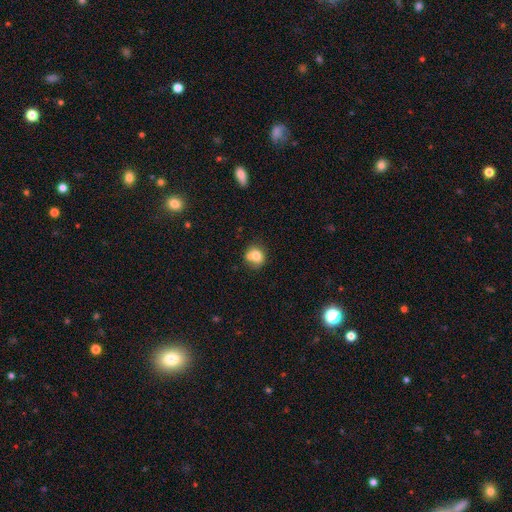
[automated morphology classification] Smooth or featured?
  - smooth: 75% *
  - featured or disk: 15%
  - star or artifact: 10%
How rounded?
  - round: 73% *
  - in between: 26%
  - cigar-shaped: 1%
Merging?
  - none: 49% *
  - merger: 27%
  - minor disturbance: 18%
  - major disturbance: 6%